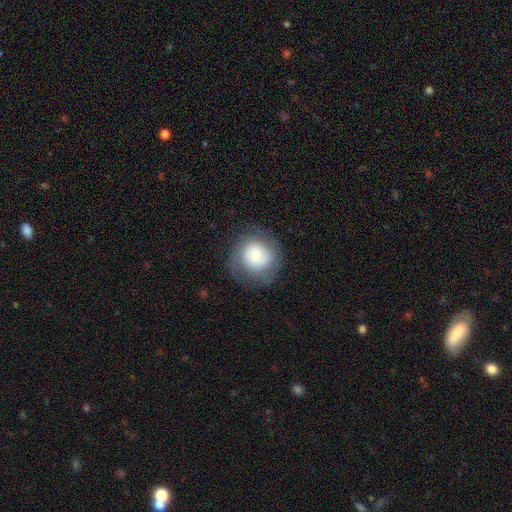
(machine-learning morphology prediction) This is likely a smooth galaxy (67%). How rounded: clearly round (88%). Merging: likely none (70%).